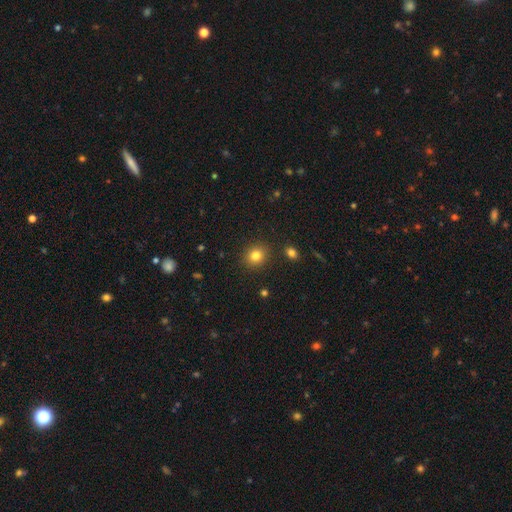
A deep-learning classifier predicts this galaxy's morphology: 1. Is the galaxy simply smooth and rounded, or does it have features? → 81% smooth, 12% star or artifact, 7% featured or disk.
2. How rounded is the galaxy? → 78% round, 21% in between, 1% cigar-shaped.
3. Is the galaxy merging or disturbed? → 89% none, 7% minor disturbance, 2% major disturbance, 2% merger.